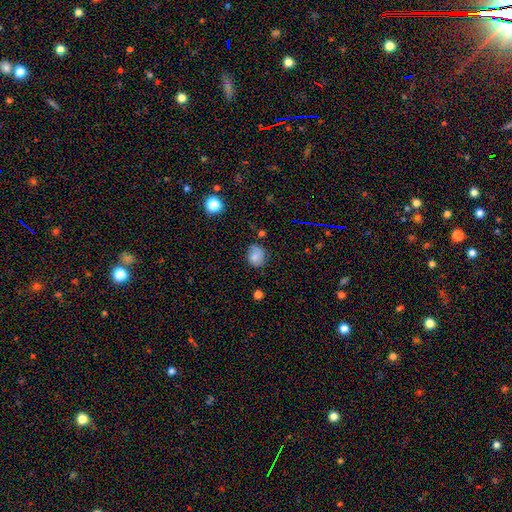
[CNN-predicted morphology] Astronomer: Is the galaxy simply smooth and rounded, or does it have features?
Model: smooth — 78%.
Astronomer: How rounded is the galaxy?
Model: round — 60% (runner-up: in between, 39%).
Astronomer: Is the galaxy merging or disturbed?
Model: none — 69%.